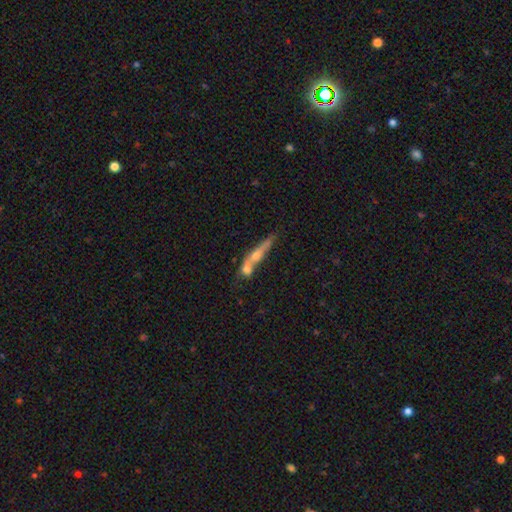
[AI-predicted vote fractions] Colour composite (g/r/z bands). It shows a featured or disk galaxy (52%) viewed edge-on (79%). Merging: none (42%).